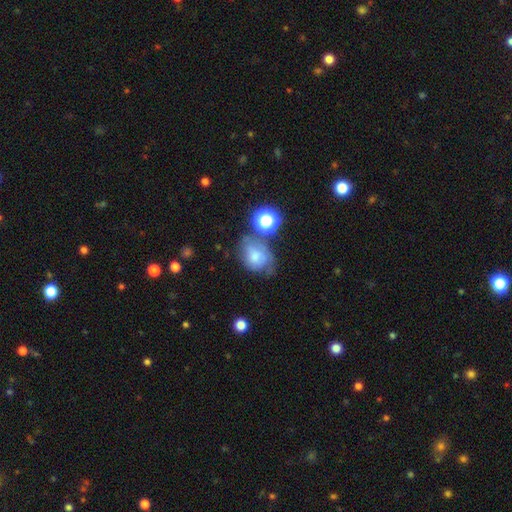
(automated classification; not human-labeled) Smooth or featured? Predicted: smooth (p=0.58). How rounded? Predicted: in between (p=0.53). Merging? Predicted: none (p=0.41).